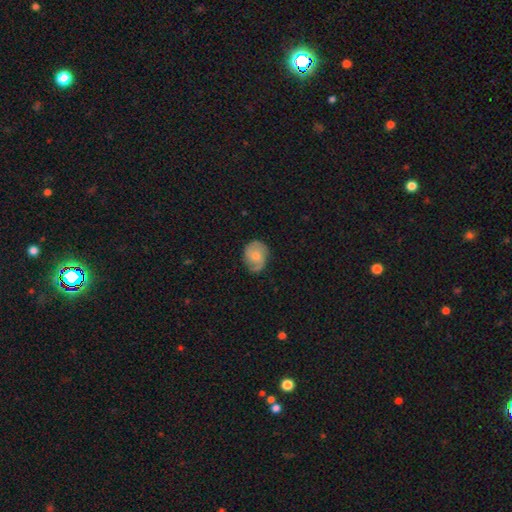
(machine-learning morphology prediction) Smooth or featured? Predicted: featured or disk (p=0.52). Edge-on disk? Predicted: no (p=0.97). Bar? Predicted: no (p=0.68). Spiral arms? Predicted: yes (p=0.85). Bulge size? Predicted: moderate (p=0.58). Merging? Predicted: none (p=0.71).